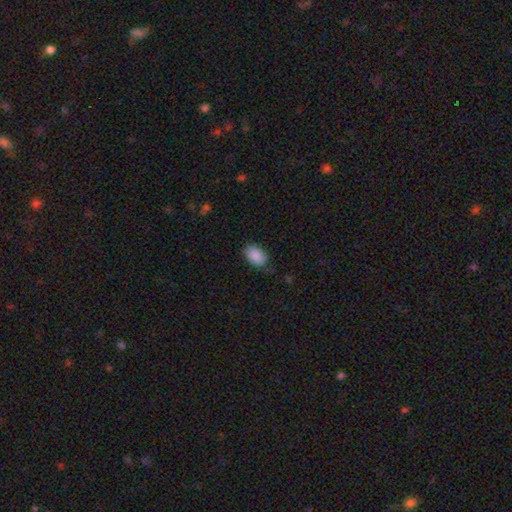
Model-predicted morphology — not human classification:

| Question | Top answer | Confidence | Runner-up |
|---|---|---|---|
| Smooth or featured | smooth | 89% | star or artifact (7%) |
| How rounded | in between | 91% | round (8%) |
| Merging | none | 74% | minor disturbance (20%) |